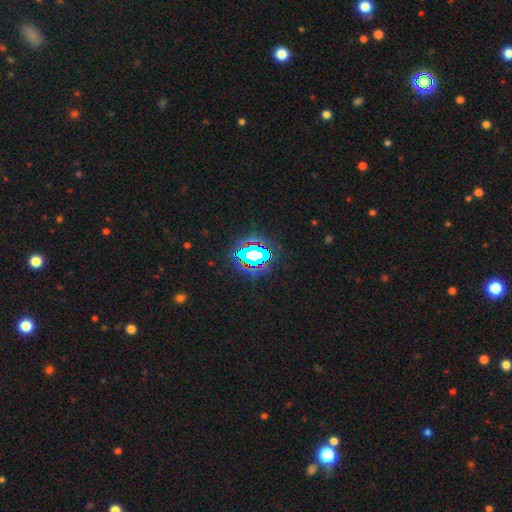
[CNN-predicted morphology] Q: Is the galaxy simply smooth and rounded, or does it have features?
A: star or artifact — 65%.